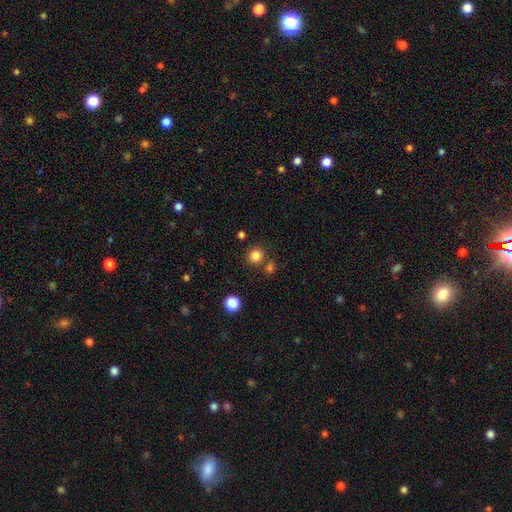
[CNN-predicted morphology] smooth 82%, star or artifact 13%, featured or disk 5%. Down the decision tree: how rounded — round (86%); merging — none (78%).